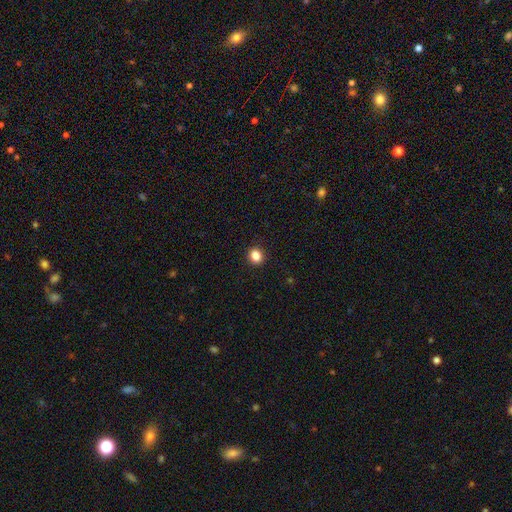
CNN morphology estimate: This is clearly a smooth galaxy (86%). How rounded: likely round (65%). Merging: clearly none (91%).